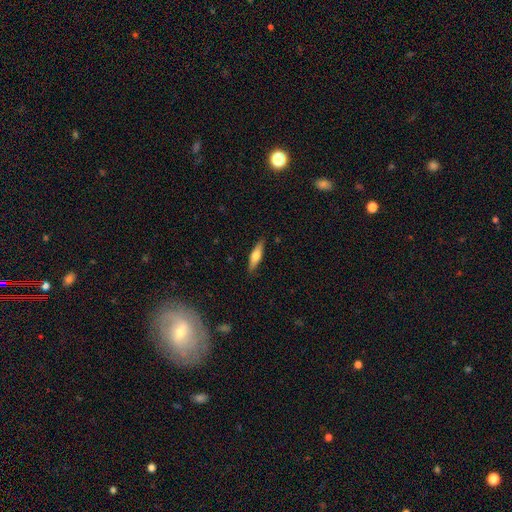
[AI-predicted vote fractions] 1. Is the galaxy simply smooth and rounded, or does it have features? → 57% smooth, 37% featured or disk, 6% star or artifact.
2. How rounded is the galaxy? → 69% cigar-shaped, 29% in between, 2% round.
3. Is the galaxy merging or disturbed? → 88% none, 9% minor disturbance, 2% major disturbance, 1% merger.